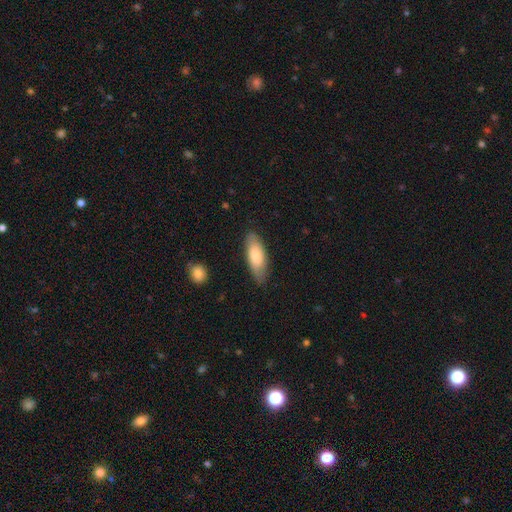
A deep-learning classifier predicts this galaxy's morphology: type=smooth (74%); roundness=in between (73%); merging=none (80%).